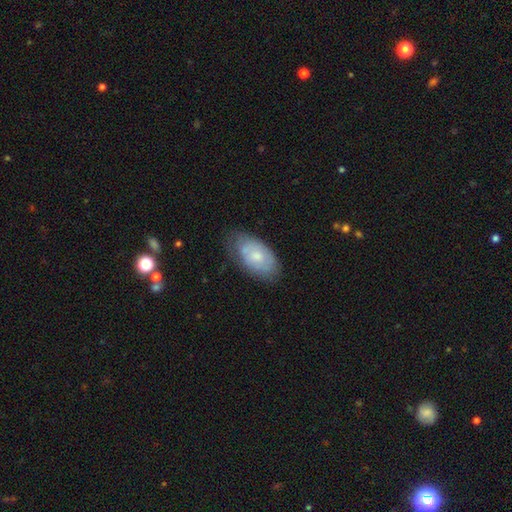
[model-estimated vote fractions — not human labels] The model was most divided on "smooth or featured": smooth: 57%, featured or disk: 36%, star or artifact: 6%. More confident: how rounded — in between (93%); merging — none (62%).